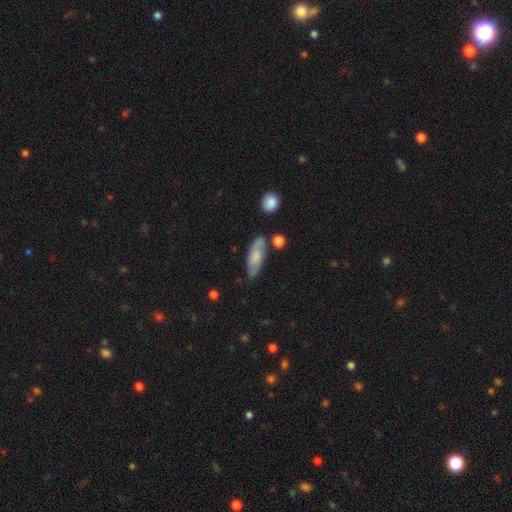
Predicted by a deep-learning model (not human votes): Morphology: type=smooth (56%); roundness=in between (67%); merging=none (69%).